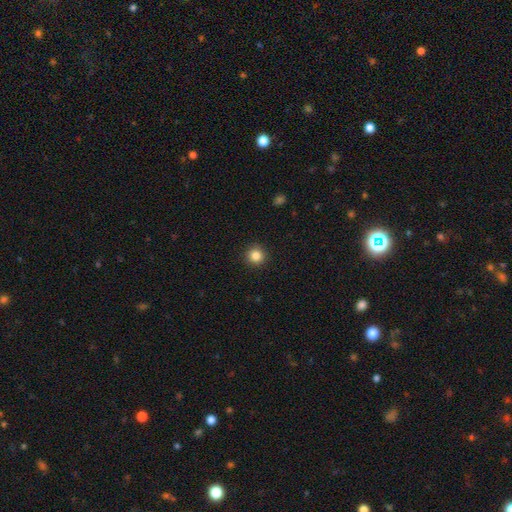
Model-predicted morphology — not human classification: This appears to be a smooth galaxy with no disk features (85%) that is round (95%). Merging: none (92%).